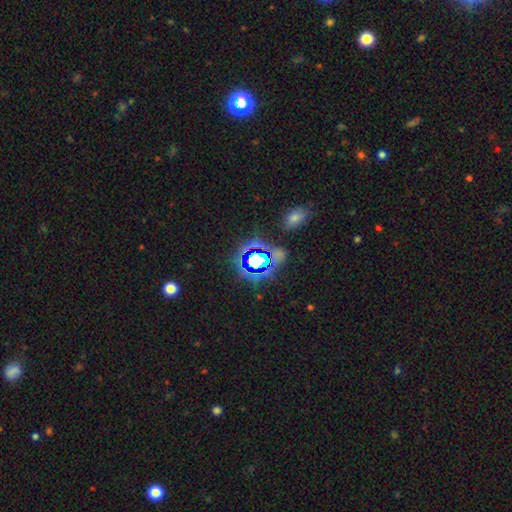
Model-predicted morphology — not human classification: A star or artifact, not a galaxy (73%).